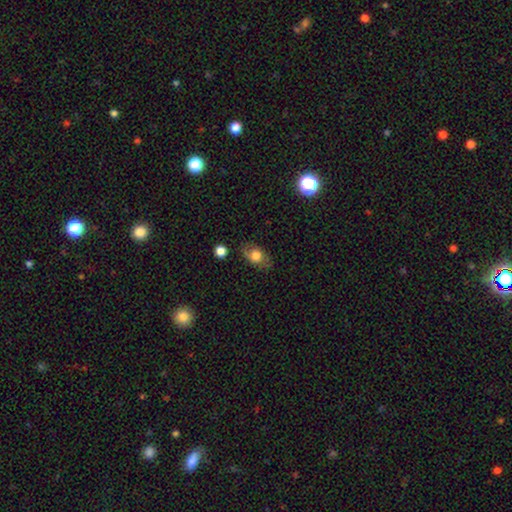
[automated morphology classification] smooth-or-featured: smooth: 65% | featured or disk: 25% | star or artifact: 9%
  how-rounded: in between: 73% | round: 24% | cigar-shaped: 3%
  merging: none: 75% | minor disturbance: 18% | major disturbance: 6% | merger: 2%